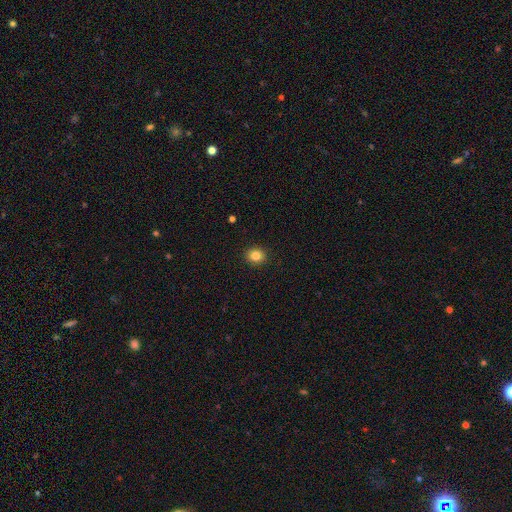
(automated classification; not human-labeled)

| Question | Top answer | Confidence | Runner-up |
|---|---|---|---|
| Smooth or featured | smooth | 84% | star or artifact (11%) |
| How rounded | round | 75% | in between (24%) |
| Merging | none | 92% | minor disturbance (6%) |